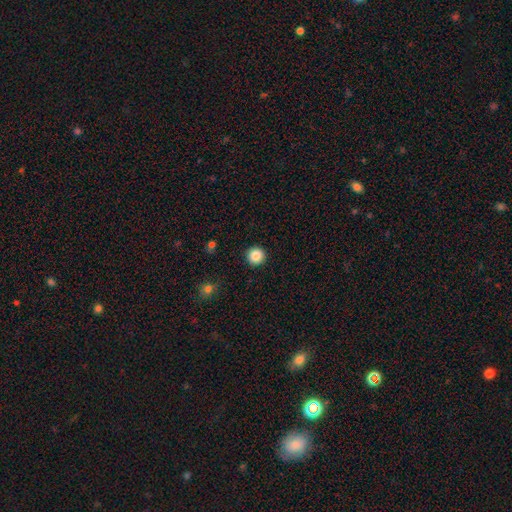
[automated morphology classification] A smooth galaxy with no disk features (86%) that is round (96%).

Vote fractions:
- Smooth or featured? smooth: 86% / star or artifact: 10% / featured or disk: 4%
- How rounded? round: 96% / in between: 3% / cigar-shaped: 1%
- Merging? none: 93% / minor disturbance: 4% / major disturbance: 2% / merger: 1%